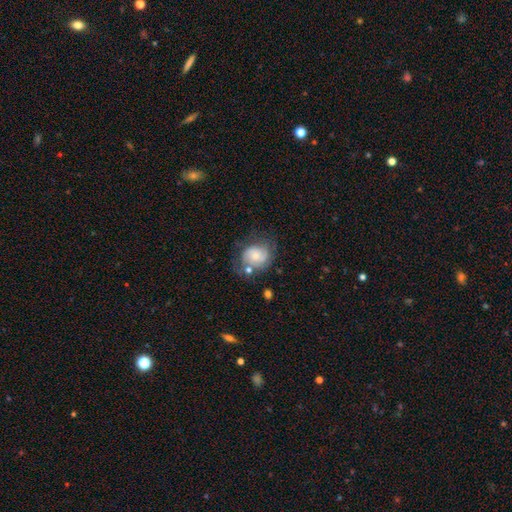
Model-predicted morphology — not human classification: A featured or disk galaxy (53%) with no bar (74%), spiral arms (79%) and a small central bulge (57%). Merging: none (50%).